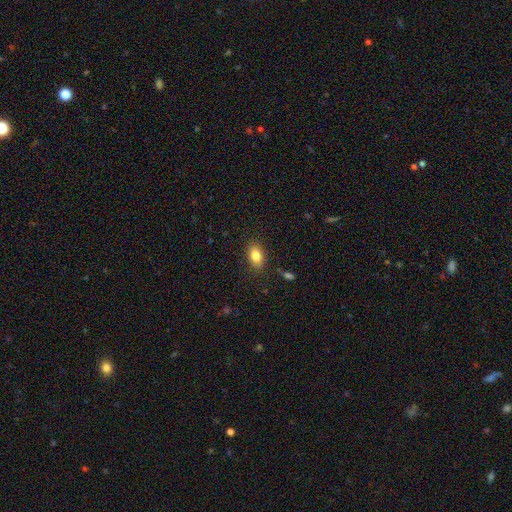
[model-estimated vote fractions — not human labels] Morphology: type=smooth (83%); roundness=in between (87%); merging=none (86%).